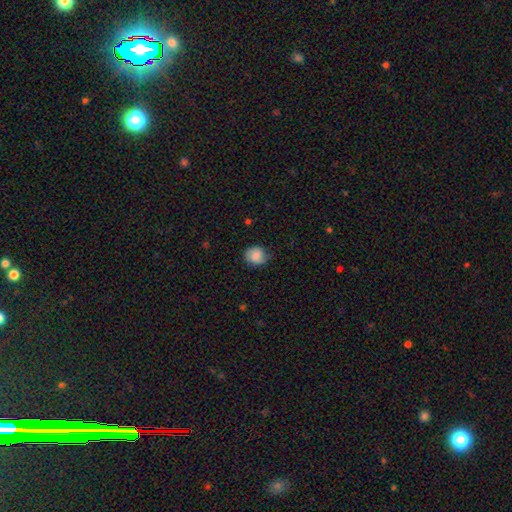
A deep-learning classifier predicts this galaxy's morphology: This appears to be a smooth galaxy with no disk features (77%) that is round (66%). Merging: none (66%).